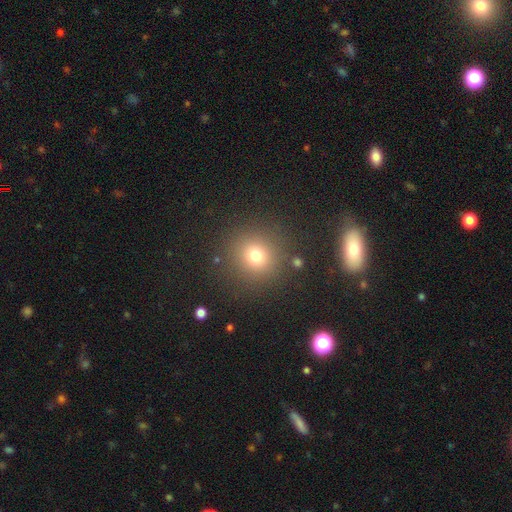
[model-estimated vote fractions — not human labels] Smooth or featured? Predicted: smooth (p=0.73). How rounded? Predicted: round (p=0.92). Merging? Predicted: none (p=0.87).